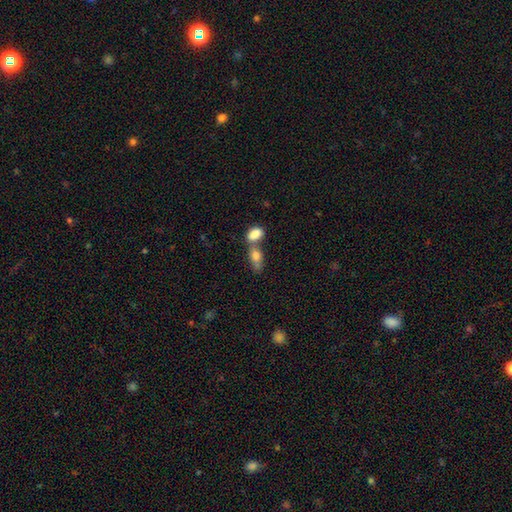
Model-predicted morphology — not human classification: Q: Smooth or featured?
A: smooth (79%); runner-up: featured or disk (12%)
Q: How rounded?
A: in between (81%); runner-up: round (14%)
Q: Merging?
A: merger (57%); runner-up: none (29%)